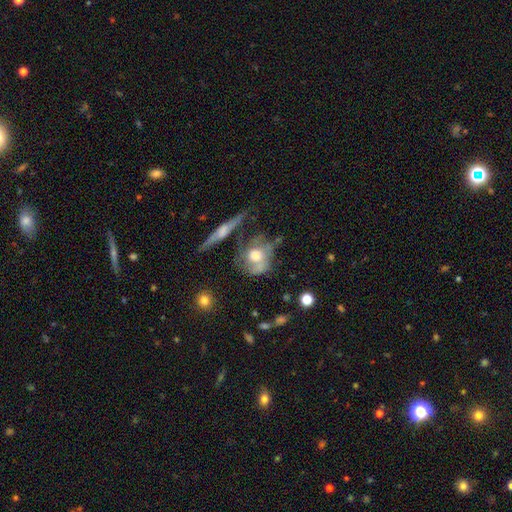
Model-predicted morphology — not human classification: This is possibly a smooth galaxy (51%). How rounded: likely round (63%). Merging: marginally none (37%).